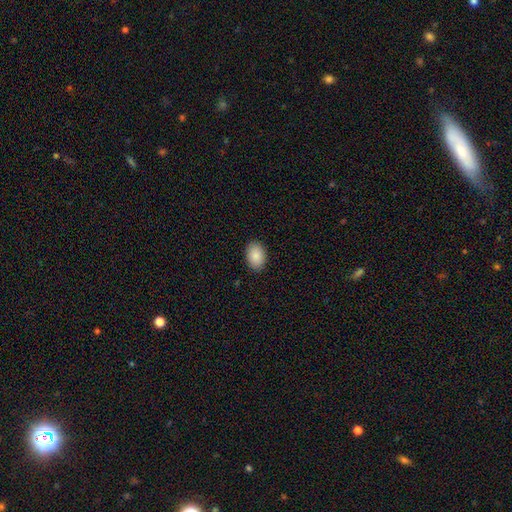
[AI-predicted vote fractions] Smooth or featured? Predicted: smooth (p=0.89). How rounded? Predicted: in between (p=0.86). Merging? Predicted: none (p=0.89).